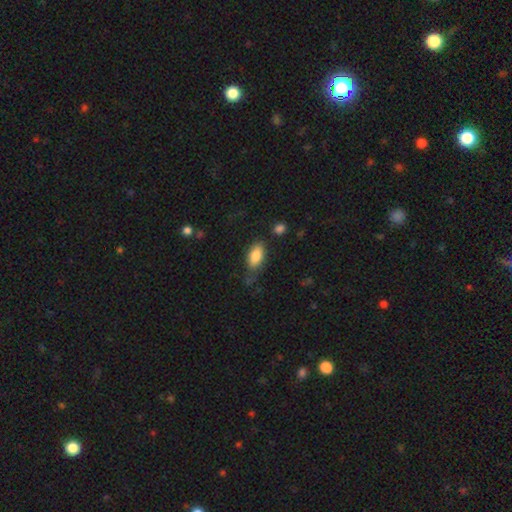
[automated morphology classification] Overall: smooth (83%). How rounded: in between (90%). Merging: none (61%; minor disturbance 25%).